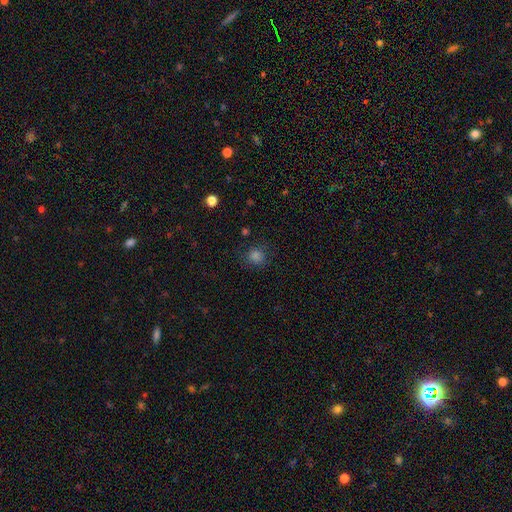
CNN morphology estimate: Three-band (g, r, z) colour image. It shows a smooth galaxy with no disk features (77%) that is round (91%). Merging: none (85%).